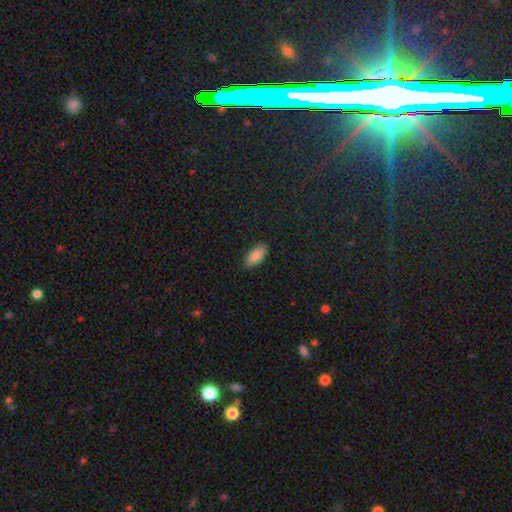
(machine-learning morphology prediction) A smooth galaxy with no disk features (88%) that is in between round and cigar-shaped (89%). Merging: none (84%).